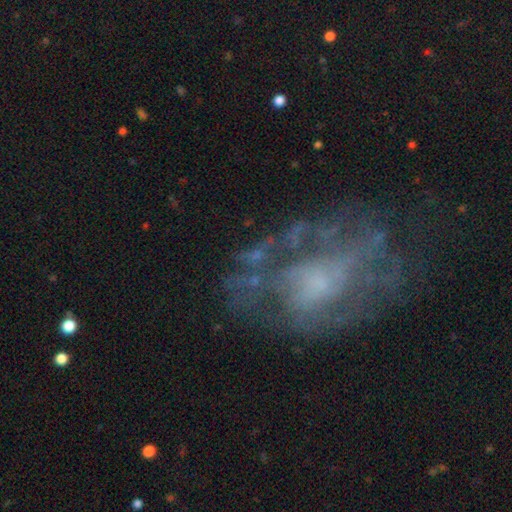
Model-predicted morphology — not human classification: type=featured or disk (62%); edge-on=no (95%); bar=no (71%); spiral arms=yes (58%); bulge=small (41%); merging=none (46%).